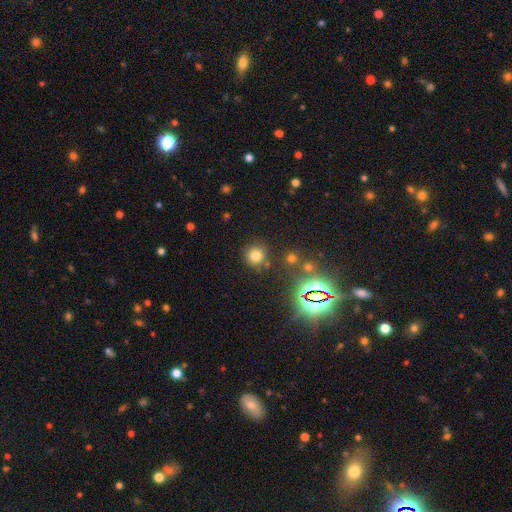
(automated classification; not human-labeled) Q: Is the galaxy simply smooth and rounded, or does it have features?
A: smooth — 74%.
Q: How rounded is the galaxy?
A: round — 92%.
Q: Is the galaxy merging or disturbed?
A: none — 82%.